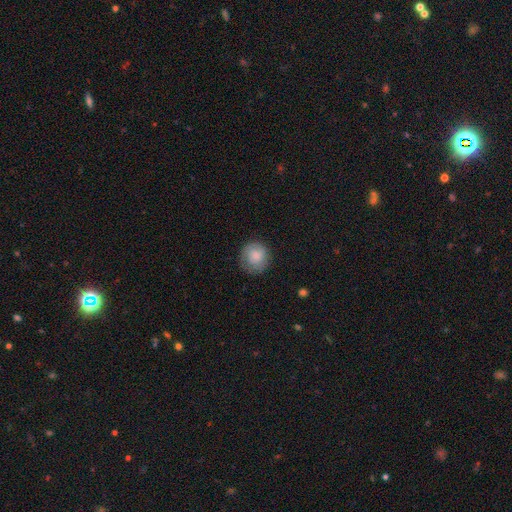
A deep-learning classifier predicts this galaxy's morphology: smooth 70%, featured or disk 22%, star or artifact 7%. Down the decision tree: how rounded — round (89%); merging — none (78%).